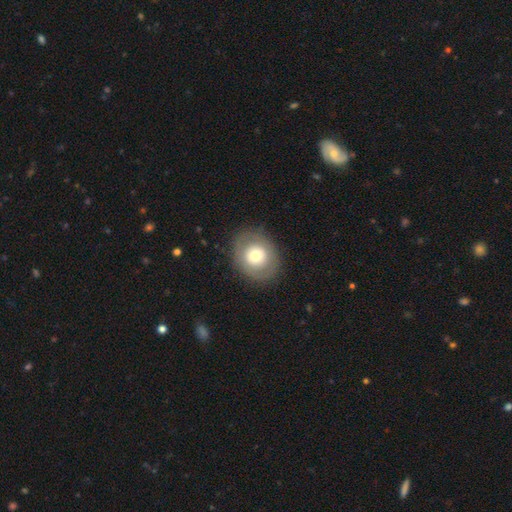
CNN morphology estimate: smooth 64%, featured or disk 27%, star or artifact 8%. Down the decision tree: how rounded — round (73%); merging — none (85%).